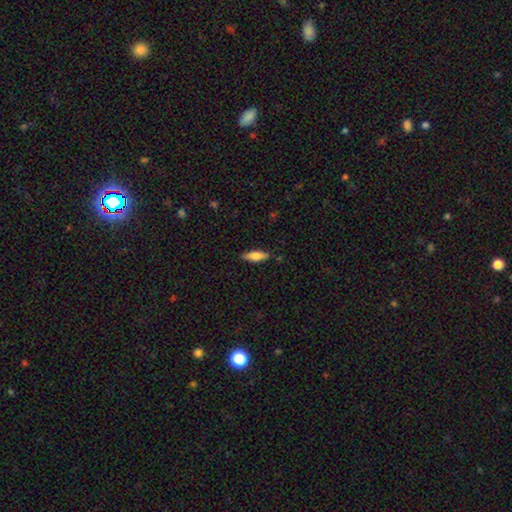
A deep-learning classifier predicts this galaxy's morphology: type=smooth (72%); roundness=in between (57%); merging=none (85%).